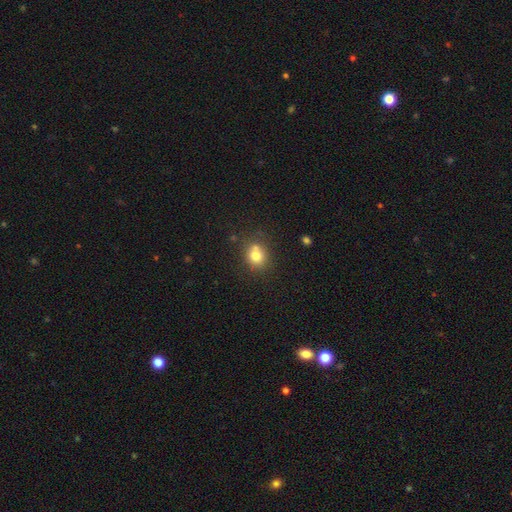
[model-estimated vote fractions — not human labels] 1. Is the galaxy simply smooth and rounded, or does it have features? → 76% smooth, 12% star or artifact, 11% featured or disk.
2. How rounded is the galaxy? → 73% round, 26% in between, 1% cigar-shaped.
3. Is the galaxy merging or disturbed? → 61% none, 20% merger, 14% minor disturbance, 4% major disturbance.